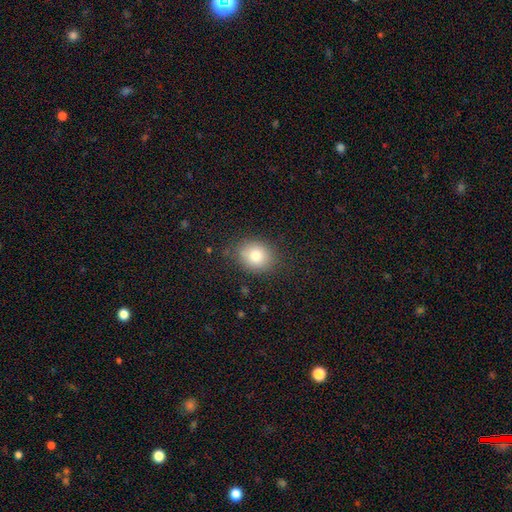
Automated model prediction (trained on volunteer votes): Smooth or featured: smooth — 80% (featured or disk — 10%)
How rounded: round — 62% (in between — 37%)
Merging: none — 81% (minor disturbance — 13%)